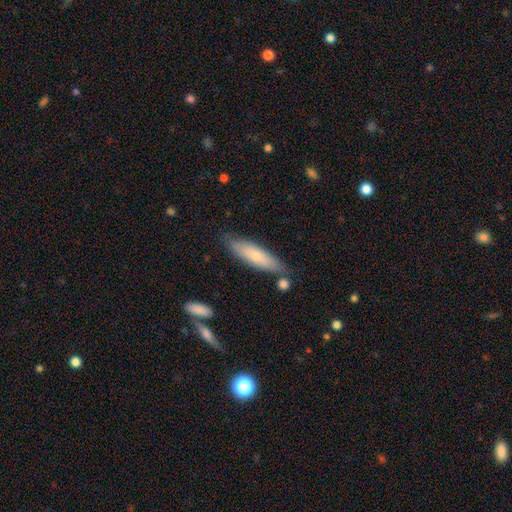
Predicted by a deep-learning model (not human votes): Smooth or featured? Predicted: smooth (p=0.70). How rounded? Predicted: cigar-shaped (p=0.64). Merging? Predicted: none (p=0.77).